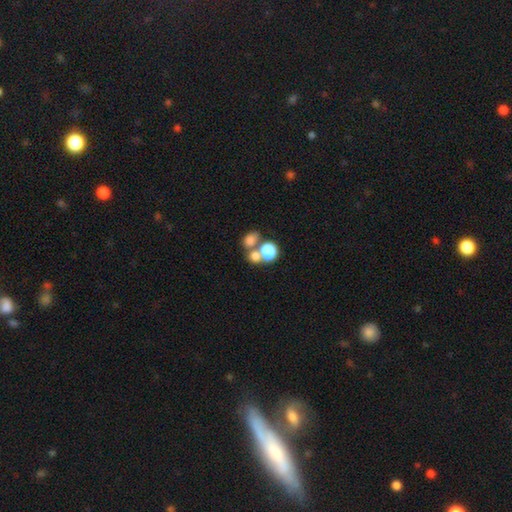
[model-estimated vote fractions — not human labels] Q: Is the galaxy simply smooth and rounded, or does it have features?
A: smooth — 72%.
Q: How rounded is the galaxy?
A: round — 65%.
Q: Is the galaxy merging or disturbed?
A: merger — 49%.